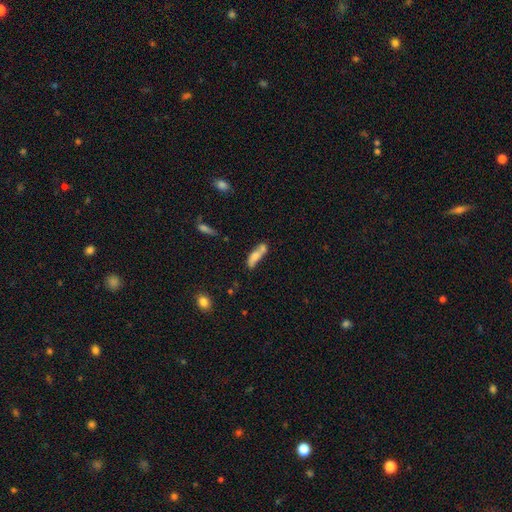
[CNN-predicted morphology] smooth 61%, featured or disk 30%, star or artifact 9%. Down the decision tree: how rounded — in between (49%); merging — merger (41%).